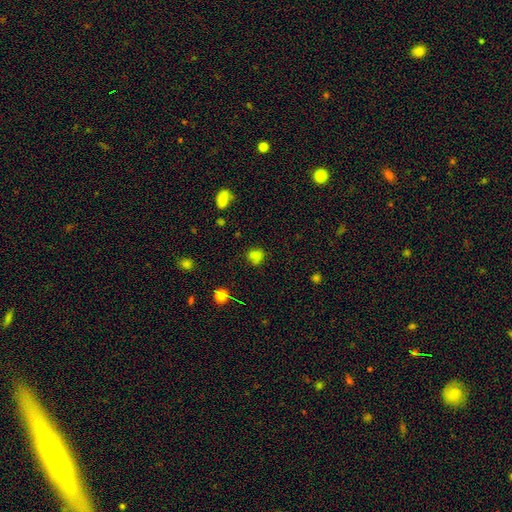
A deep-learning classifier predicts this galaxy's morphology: A smooth galaxy with no disk features (74%) that is round (65%).

Vote fractions:
- Smooth or featured? smooth: 74% / star or artifact: 18% / featured or disk: 8%
- How rounded? round: 65% / in between: 33% / cigar-shaped: 1%
- Merging? none: 66% / minor disturbance: 20% / merger: 8% / major disturbance: 7%